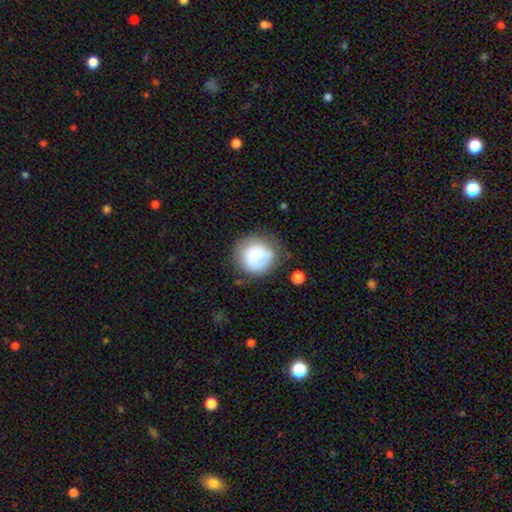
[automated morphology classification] Q: Smooth or featured?
A: smooth (68%); runner-up: featured or disk (24%)
Q: How rounded?
A: round (89%); runner-up: in between (10%)
Q: Merging?
A: none (60%); runner-up: minor disturbance (23%)